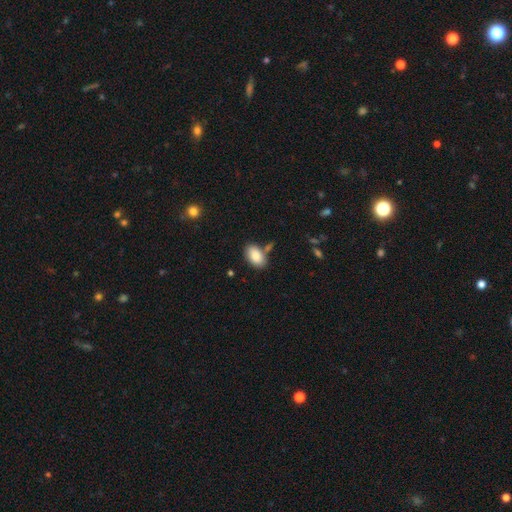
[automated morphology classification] Overall: smooth (87%). How rounded: in between (92%). Merging: none (73%).